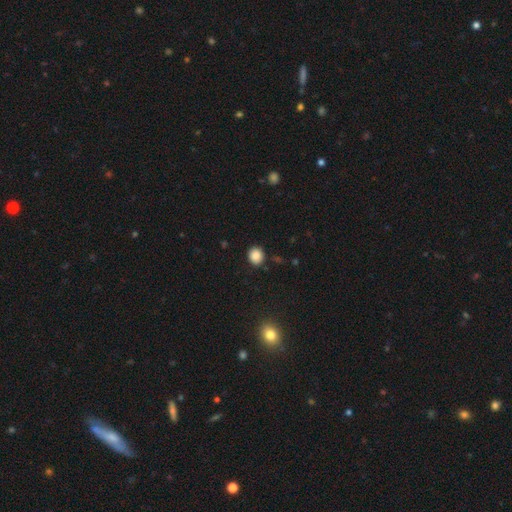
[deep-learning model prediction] smooth 86%, star or artifact 10%, featured or disk 4%. Down the decision tree: how rounded — round (80%); merging — none (87%).